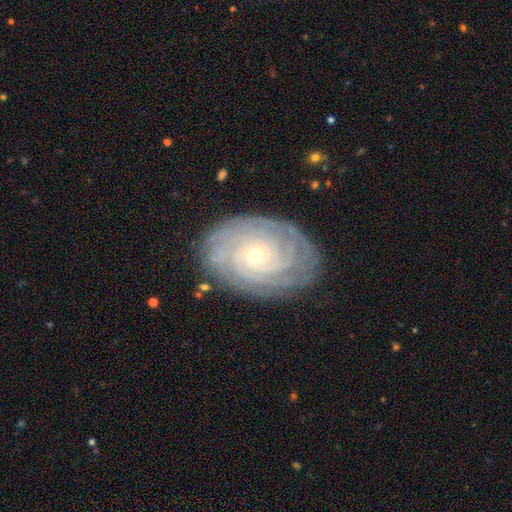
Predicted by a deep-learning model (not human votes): featured or disk 84%, smooth 9%, star or artifact 6%. Down the decision tree: edge-on disk — no (97%); bar — no (83%); spiral arms — yes (96%); spiral arm count — can't tell (32%); spiral winding — tight (85%); bulge size — small (78%); merging — none (82%).